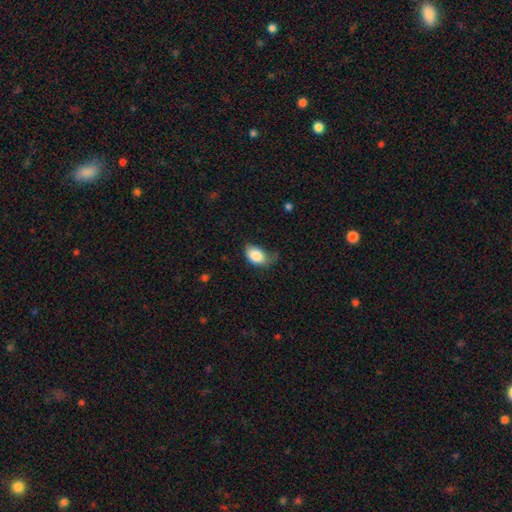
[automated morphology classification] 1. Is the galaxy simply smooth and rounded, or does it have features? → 83% smooth, 10% featured or disk, 7% star or artifact.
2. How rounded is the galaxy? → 83% in between, 16% round, 1% cigar-shaped.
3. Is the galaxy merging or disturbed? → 41% minor disturbance, 32% none, 24% major disturbance, 3% merger.